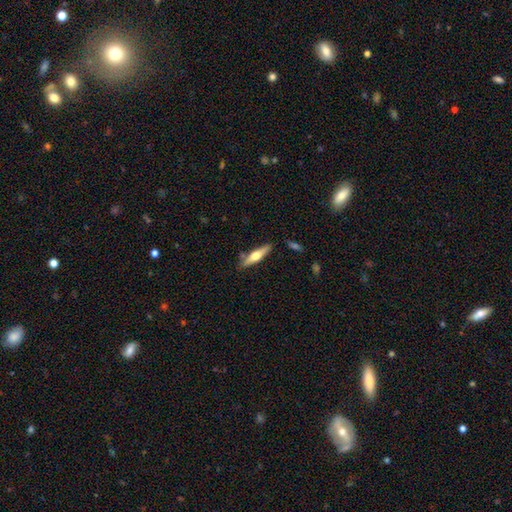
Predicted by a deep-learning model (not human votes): The model was most divided on "smooth or featured": featured or disk: 51%, smooth: 44%, star or artifact: 5%. More confident: edge-on disk — yes (94%); merging — none (83%).